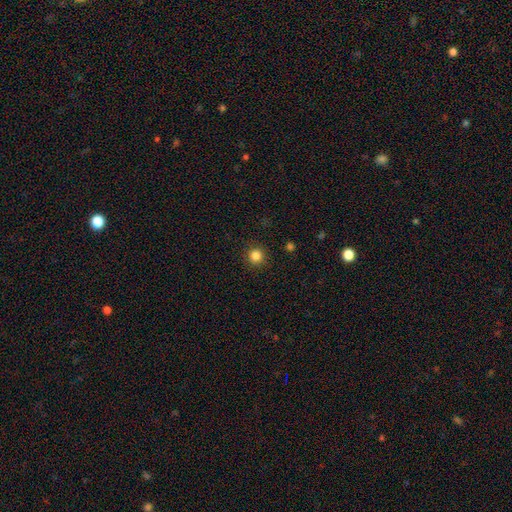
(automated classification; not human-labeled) Smooth or featured? smooth (84%)
How rounded? round (94%)
Merging? none (91%)